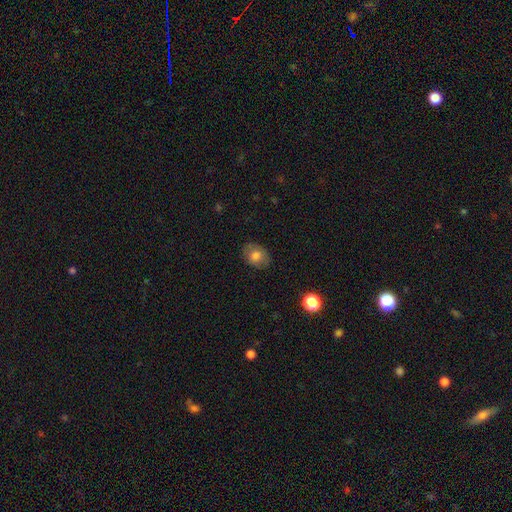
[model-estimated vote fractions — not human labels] The model was most divided on "how rounded": in between: 63%, round: 36%, cigar-shaped: 1%. More confident: merging — none (82%); smooth or featured — smooth (76%).